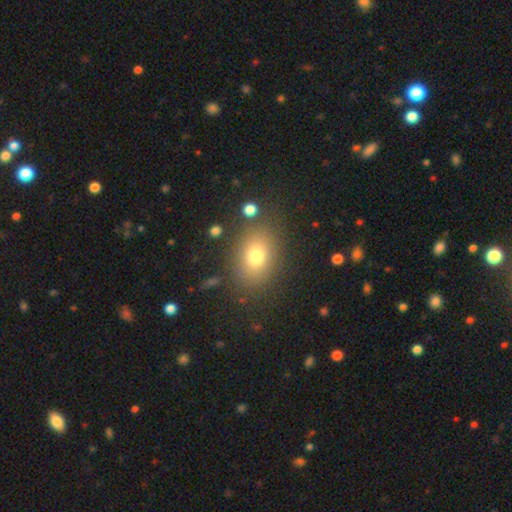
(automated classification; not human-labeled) smooth 75%, star or artifact 13%, featured or disk 12%. Down the decision tree: how rounded — in between (68%); merging — none (82%).